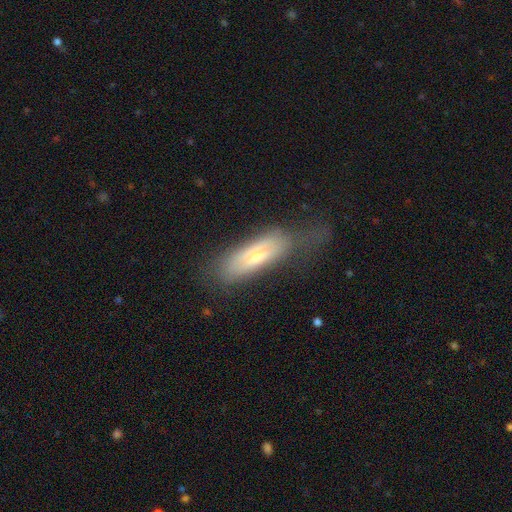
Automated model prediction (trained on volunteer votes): smooth 51%, featured or disk 40%, star or artifact 9%. Down the decision tree: how rounded — in between (49%, tied with cigar-shaped); merging — none (42%).